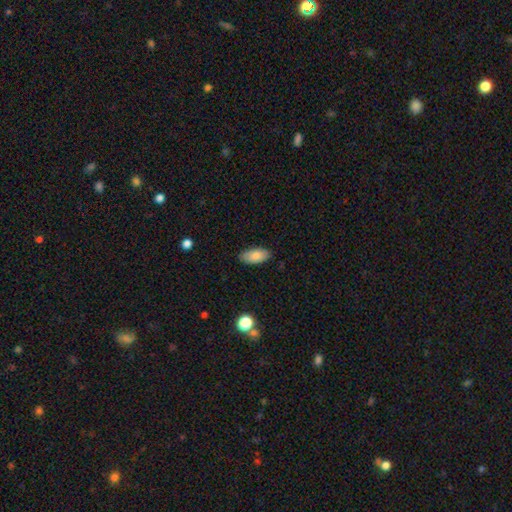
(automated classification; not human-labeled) smooth 84%, featured or disk 9%, star or artifact 7%. Down the decision tree: how rounded — in between (90%); merging — none (86%).